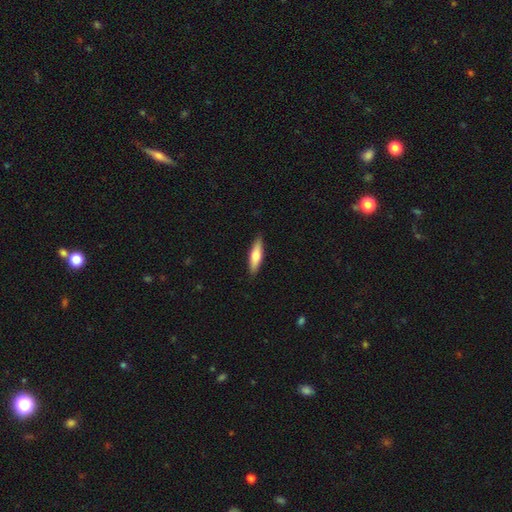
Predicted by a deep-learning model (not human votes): Smooth or featured? smooth (65%)
How rounded? cigar-shaped (68%)
Merging? none (89%)